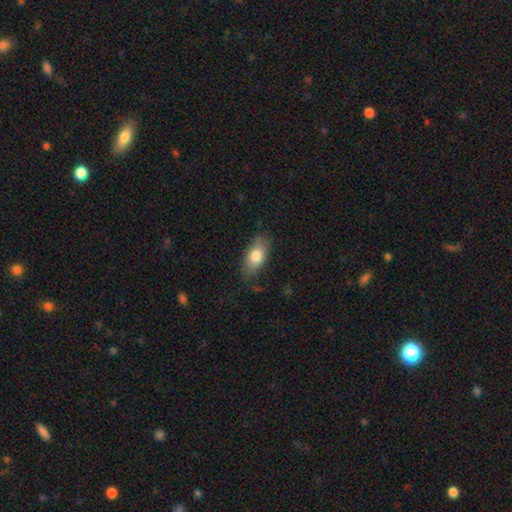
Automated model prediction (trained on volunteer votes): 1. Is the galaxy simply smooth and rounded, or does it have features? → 78% smooth, 15% featured or disk, 7% star or artifact.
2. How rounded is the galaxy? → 89% in between, 6% cigar-shaped, 4% round.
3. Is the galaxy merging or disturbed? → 74% none, 19% minor disturbance, 5% major disturbance, 2% merger.